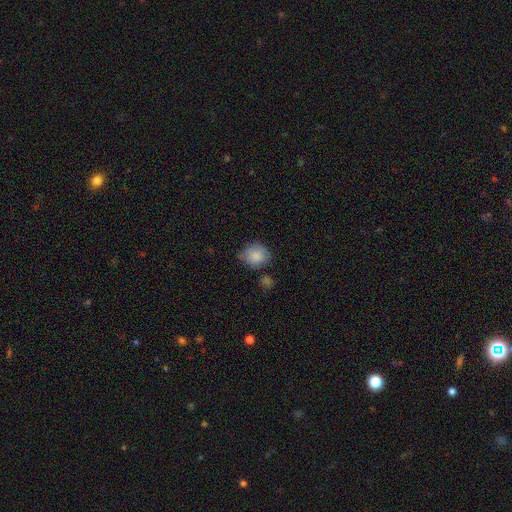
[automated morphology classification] Smooth or featured? Predicted: smooth (p=0.84). How rounded? Predicted: round (p=0.75). Merging? Predicted: none (p=0.62).